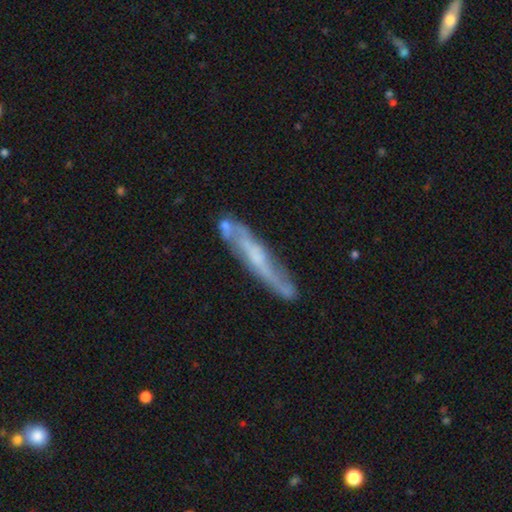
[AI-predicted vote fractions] Smooth or featured? featured or disk (68%)
Edge-on disk? yes (65%)
Merging? none (70%)